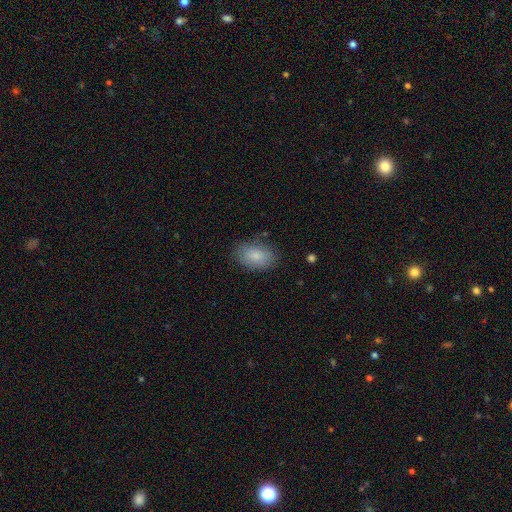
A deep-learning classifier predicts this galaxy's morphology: Overall: smooth (84%). How rounded: in between (87%). Merging: none (79%).